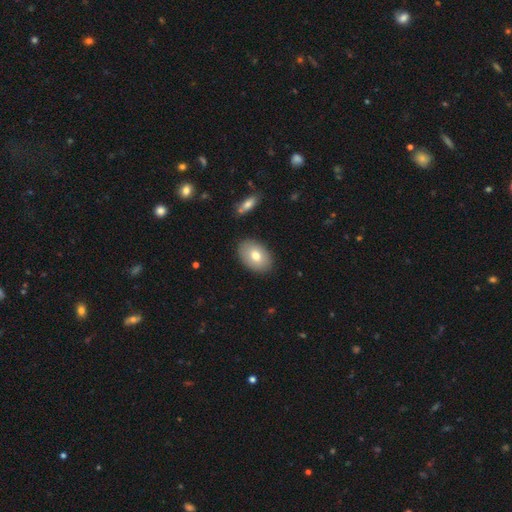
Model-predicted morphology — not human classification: type=smooth (75%); roundness=in between (89%); merging=none (87%).